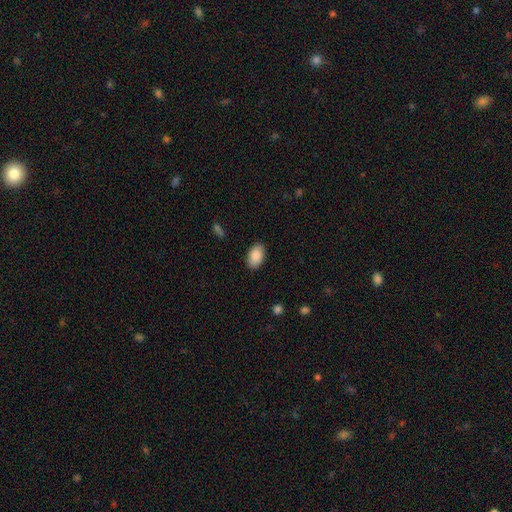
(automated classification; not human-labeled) Smooth or featured: smooth — 89% (star or artifact — 6%)
How rounded: in between — 92% (round — 7%)
Merging: none — 88% (minor disturbance — 9%)